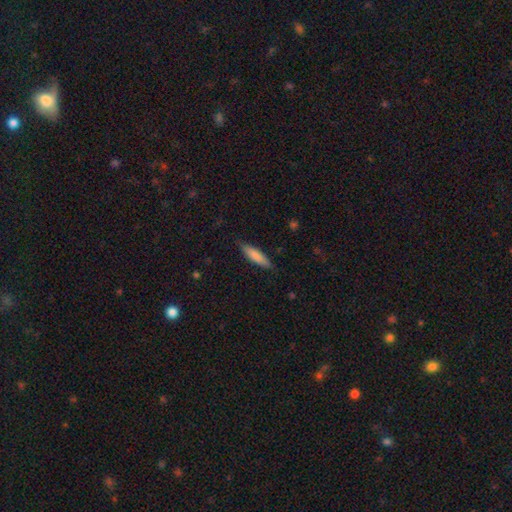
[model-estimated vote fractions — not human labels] Smooth or featured?
  - smooth: 81% *
  - featured or disk: 13%
  - star or artifact: 6%
How rounded?
  - cigar-shaped: 72% *
  - in between: 27%
  - round: 1%
Merging?
  - none: 84% *
  - minor disturbance: 13%
  - major disturbance: 2%
  - merger: 1%